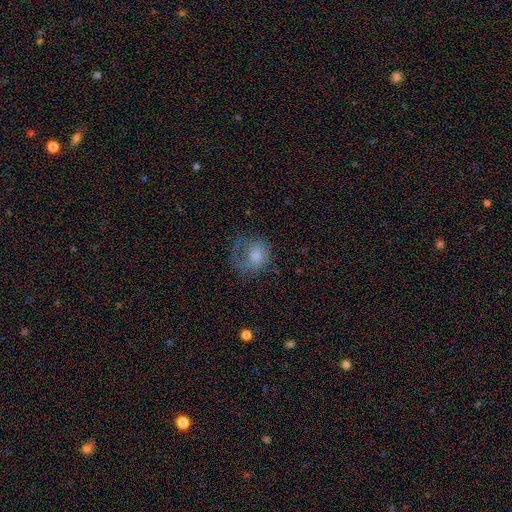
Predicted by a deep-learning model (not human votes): Morphology: type=smooth (53%); roundness=round (71%); merging=none (42%).